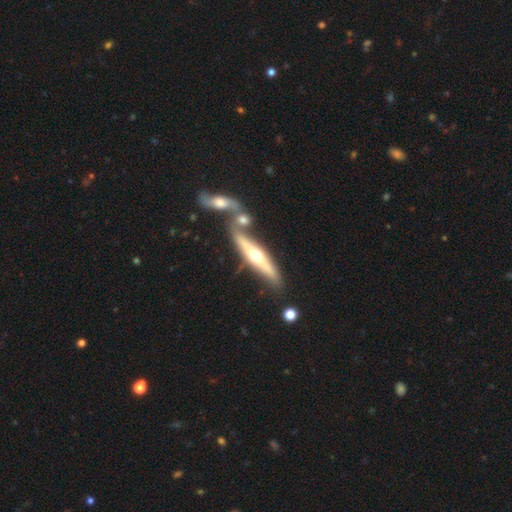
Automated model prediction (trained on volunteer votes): Overall: featured or disk (64%; smooth 31%). Edge-on disk: yes (88%). Edge-on bulge: rounded (94%). Merging: none (52%; merger 32%).